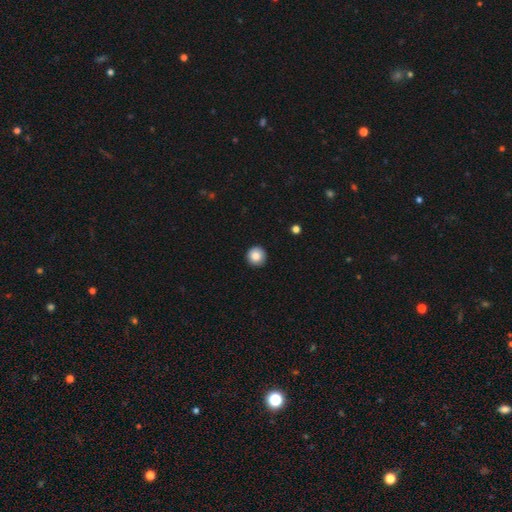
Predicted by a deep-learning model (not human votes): A smooth galaxy with no disk features (86%) that is round (96%). Merging: none (92%).